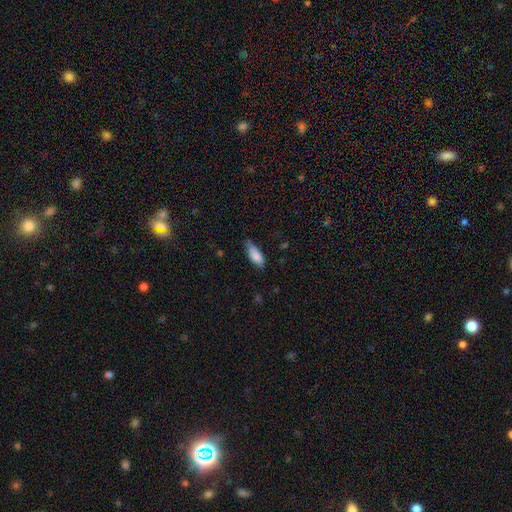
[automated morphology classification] This is clearly a smooth galaxy (83%). How rounded: likely in between (75%). Merging: likely none (62%).